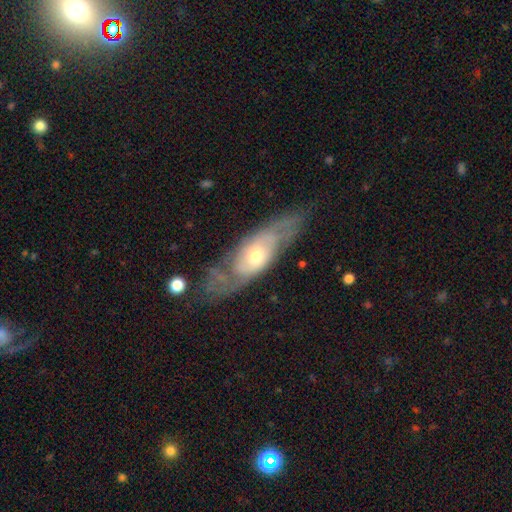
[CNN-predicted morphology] Smooth or featured?
  - featured or disk: 73% *
  - smooth: 22%
  - star or artifact: 6%
Edge-on disk?
  - no: 81% *
  - yes: 19%
Bar?
  - no: 70% *
  - weak: 24%
  - strong: 6%
Spiral arms?
  - yes: 74% *
  - no: 26%
Bulge size?
  - moderate: 66% *
  - small: 23%
  - large: 8%
  - dominant: 1%
  - none: 1%
Merging?
  - none: 60% *
  - minor disturbance: 22%
  - major disturbance: 15%
  - merger: 3%